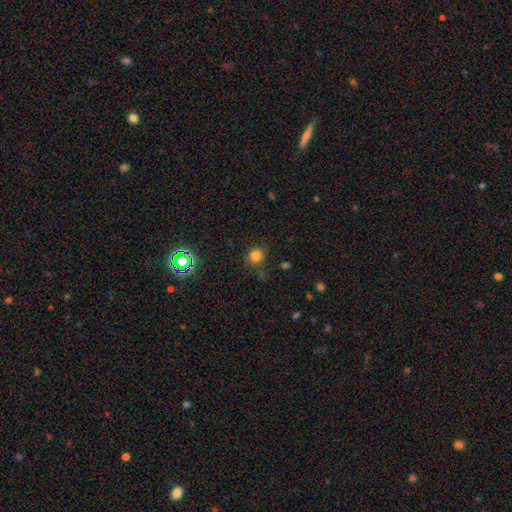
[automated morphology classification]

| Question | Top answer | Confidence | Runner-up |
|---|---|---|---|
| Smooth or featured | smooth | 76% | star or artifact (17%) |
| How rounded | round | 89% | in between (10%) |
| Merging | none | 81% | minor disturbance (12%) |